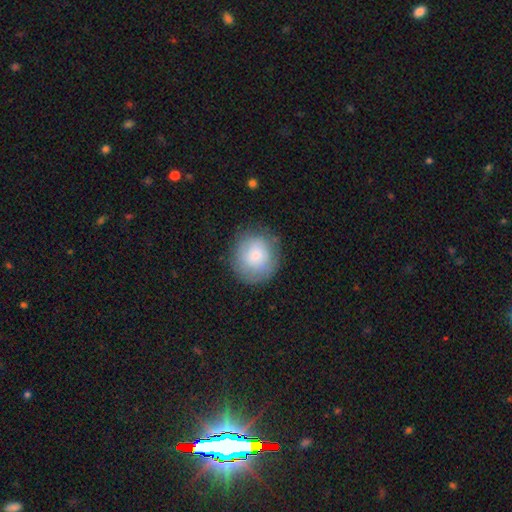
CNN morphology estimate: smooth 78%, featured or disk 14%, star or artifact 8%. Down the decision tree: how rounded — round (88%); merging — none (77%).